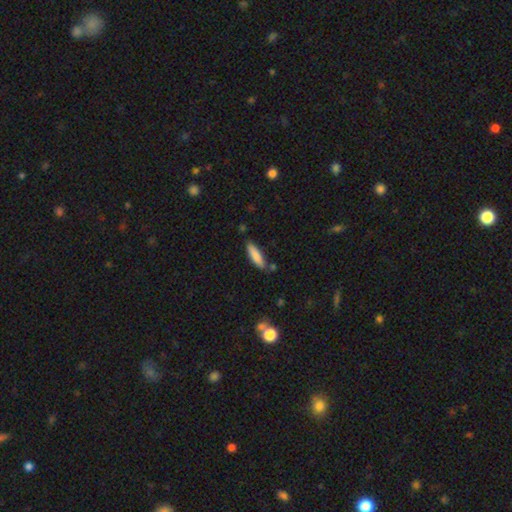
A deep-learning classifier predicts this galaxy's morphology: smooth 84%, featured or disk 10%, star or artifact 7%. Down the decision tree: how rounded — cigar-shaped (67%); merging — none (78%).